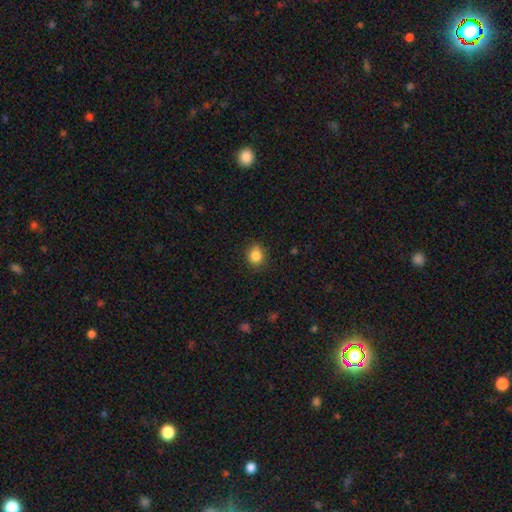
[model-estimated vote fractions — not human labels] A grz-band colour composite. It shows a smooth galaxy with no disk features (85%) that is round (73%). Merging: none (83%).